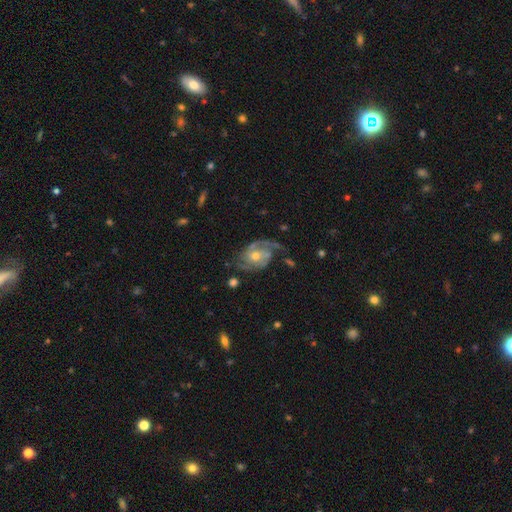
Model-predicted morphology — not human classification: Q: Smooth or featured?
A: featured or disk (88%); runner-up: smooth (7%)
Q: Edge-on disk?
A: no (98%); runner-up: yes (2%)
Q: Bar?
A: no (60%); runner-up: weak (32%)
Q: Spiral arms?
A: yes (96%); runner-up: no (4%)
Q: Spiral winding?
A: medium (49%); runner-up: tight (27%)
Q: Spiral arm count?
A: 2 (73%); runner-up: 3 (10%)
Q: Bulge size?
A: moderate (56%); runner-up: small (39%)
Q: Merging?
A: none (59%); runner-up: minor disturbance (21%)